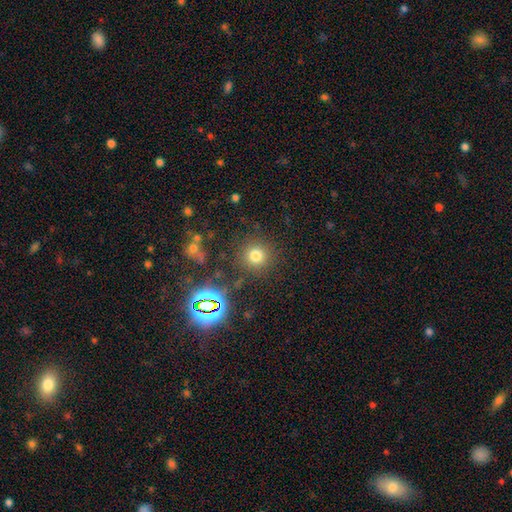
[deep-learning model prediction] Overall: smooth (72%). How rounded: round (93%). Merging: none (84%).